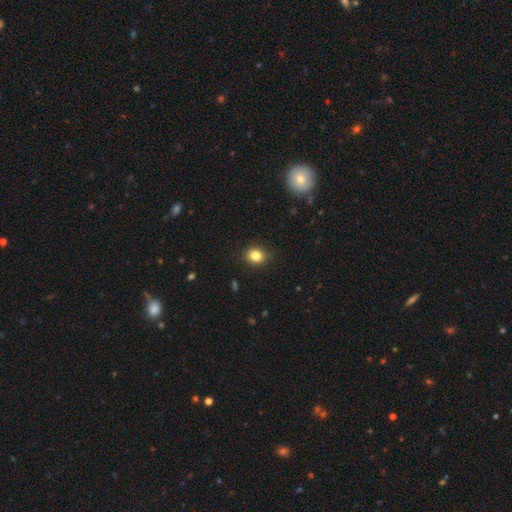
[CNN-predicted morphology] Overall: smooth (84%). How rounded: round (67%; in between 32%). Merging: none (87%).